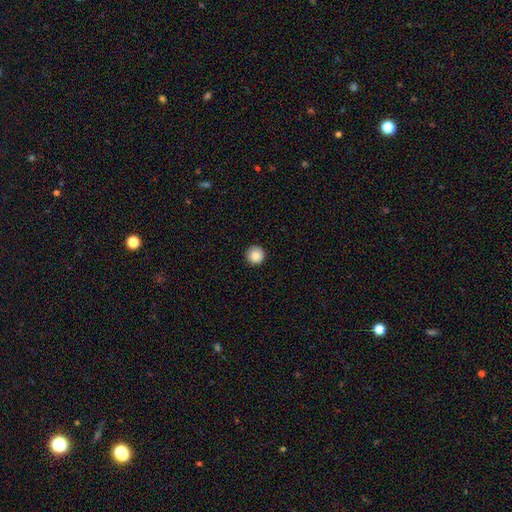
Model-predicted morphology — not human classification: Smooth or featured? smooth (87%)
How rounded? round (97%)
Merging? none (93%)